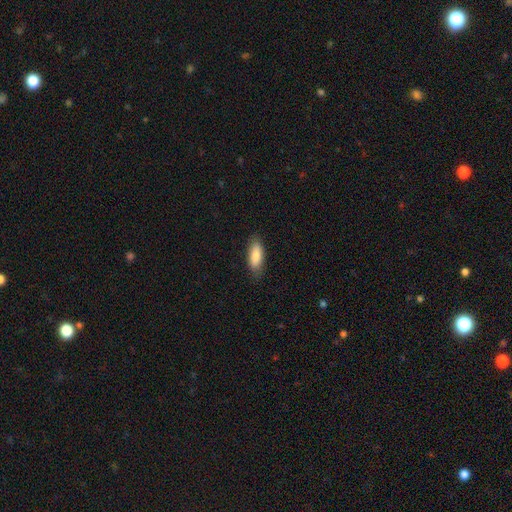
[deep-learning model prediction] Q: Smooth or featured?
A: smooth (85%); runner-up: featured or disk (9%)
Q: How rounded?
A: in between (74%); runner-up: cigar-shaped (24%)
Q: Merging?
A: none (83%); runner-up: minor disturbance (13%)